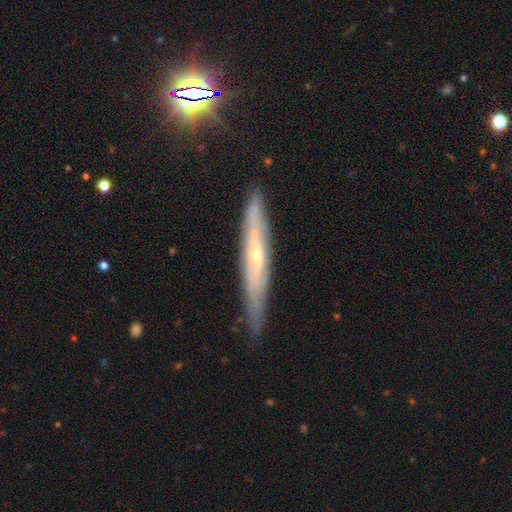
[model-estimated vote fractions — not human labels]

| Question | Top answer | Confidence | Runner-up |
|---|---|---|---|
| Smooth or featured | featured or disk | 67% | smooth (26%) |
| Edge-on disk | yes | 71% | no (29%) |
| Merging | none | 77% | minor disturbance (16%) |